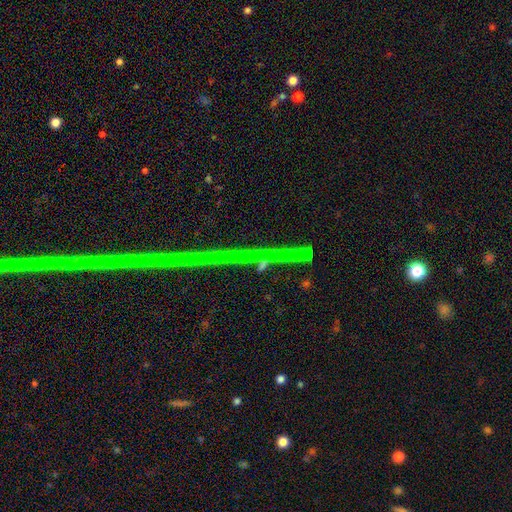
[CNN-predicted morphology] Smooth or featured? Predicted: star or artifact (p=0.75).